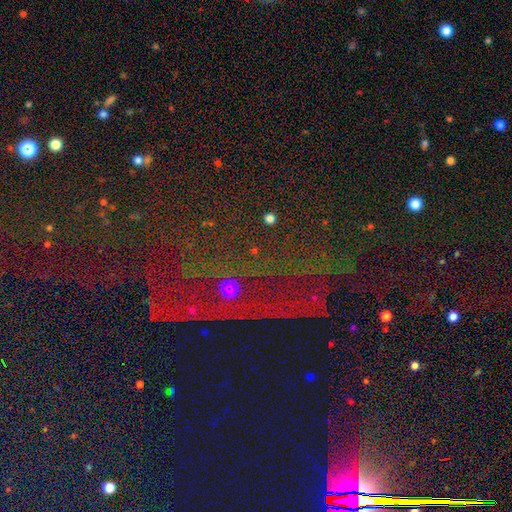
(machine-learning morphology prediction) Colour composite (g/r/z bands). It shows a star or artifact, not a galaxy (80%).